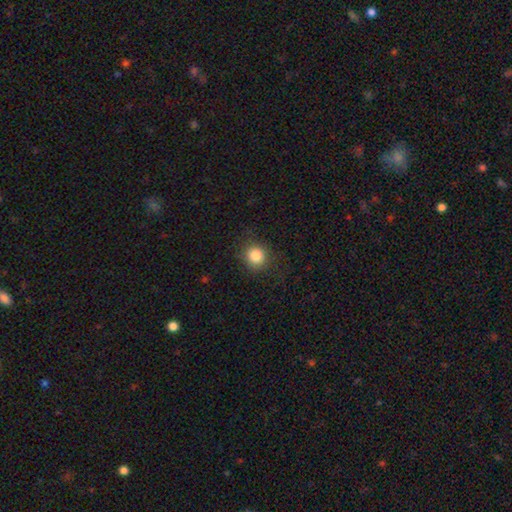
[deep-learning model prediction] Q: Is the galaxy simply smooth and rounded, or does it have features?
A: smooth — 85%.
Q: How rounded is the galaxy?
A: round — 90%.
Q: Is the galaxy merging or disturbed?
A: none — 85%.